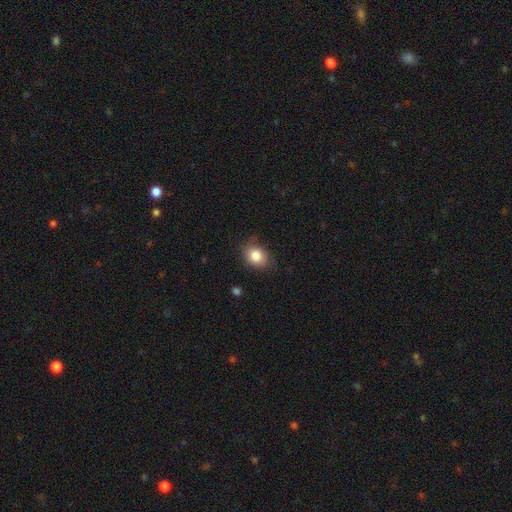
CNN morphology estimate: Q: Smooth or featured?
A: smooth (83%); runner-up: star or artifact (9%)
Q: How rounded?
A: in between (56%); runner-up: round (43%)
Q: Merging?
A: none (74%); runner-up: minor disturbance (20%)